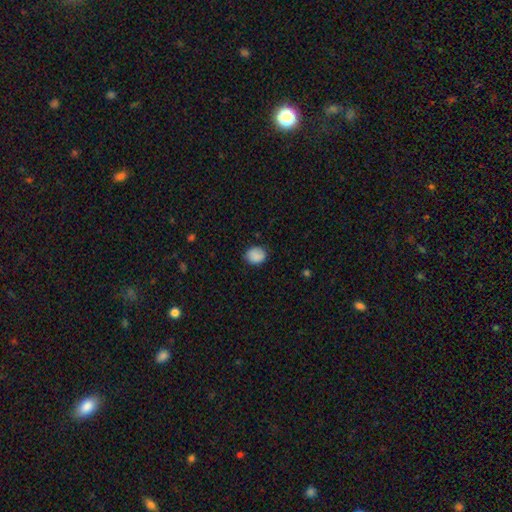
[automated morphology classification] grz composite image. It shows a smooth galaxy with no disk features (86%) that is round (62%). Merging: none (81%).